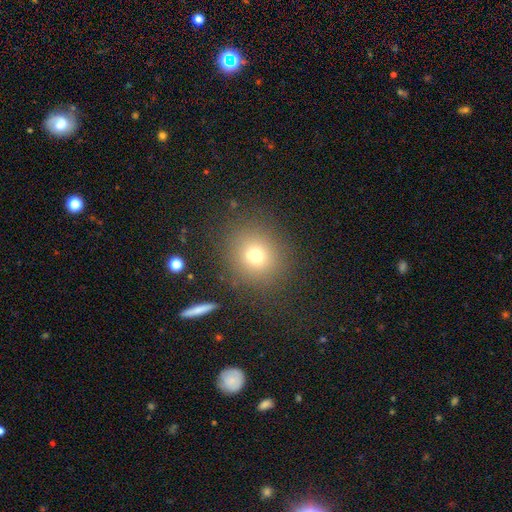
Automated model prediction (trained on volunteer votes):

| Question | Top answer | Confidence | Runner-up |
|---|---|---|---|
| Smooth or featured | smooth | 70% | star or artifact (18%) |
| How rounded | round | 84% | in between (15%) |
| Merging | none | 82% | minor disturbance (9%) |